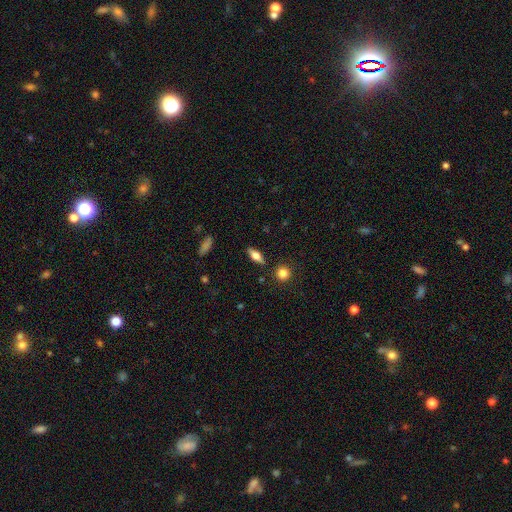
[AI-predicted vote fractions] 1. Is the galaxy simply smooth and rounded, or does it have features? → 55% smooth, 37% featured or disk, 8% star or artifact.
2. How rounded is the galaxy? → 63% in between, 32% cigar-shaped, 5% round.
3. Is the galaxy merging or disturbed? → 86% none, 9% minor disturbance, 3% merger, 2% major disturbance.